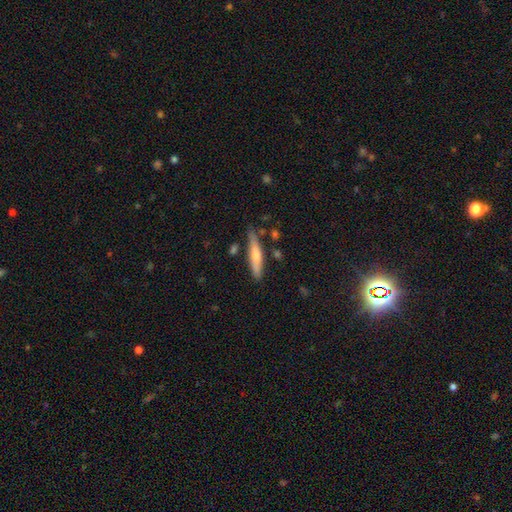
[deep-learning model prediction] Morphology: type=smooth (64%); roundness=cigar-shaped (87%); merging=none (77%).